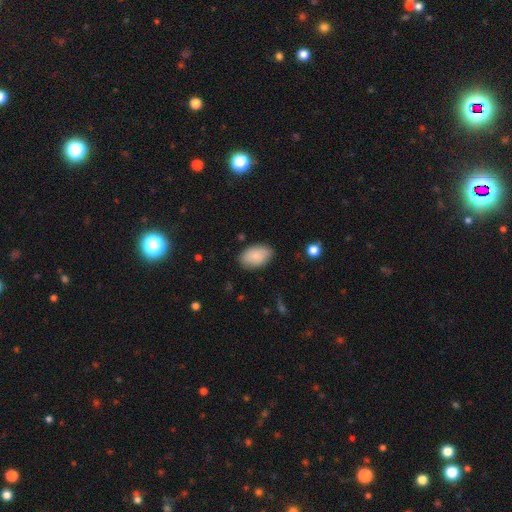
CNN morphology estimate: This appears to be a smooth galaxy with no disk features (85%) that is in between round and cigar-shaped (93%). Merging: none (82%).